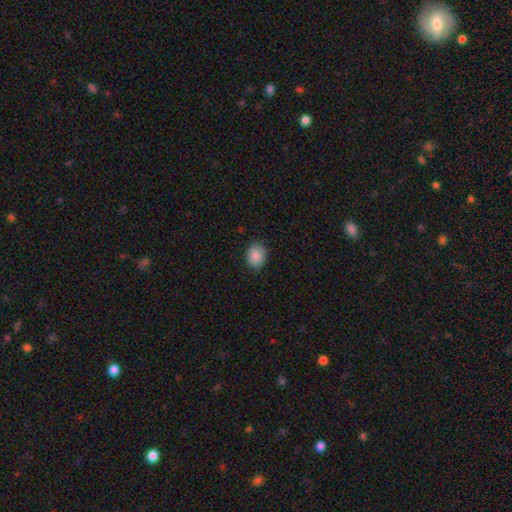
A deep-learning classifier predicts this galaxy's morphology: This is clearly a smooth galaxy (89%). How rounded: possibly in between (51%). Merging: clearly none (86%).